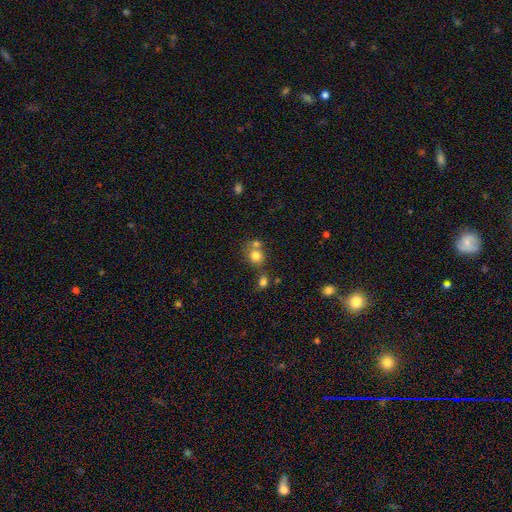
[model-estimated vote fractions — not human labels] Smooth or featured?
  - smooth: 76% *
  - star or artifact: 13%
  - featured or disk: 11%
How rounded?
  - round: 77% *
  - in between: 22%
  - cigar-shaped: 1%
Merging?
  - none: 47% *
  - merger: 38%
  - minor disturbance: 11%
  - major disturbance: 5%